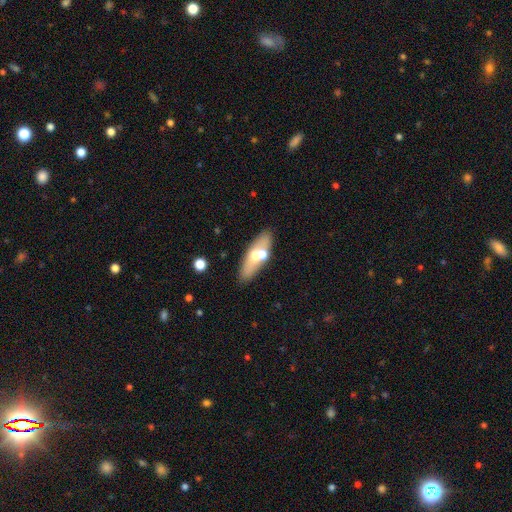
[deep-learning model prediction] Smooth or featured?
  - smooth: 55% *
  - featured or disk: 39%
  - star or artifact: 7%
How rounded?
  - in between: 60% *
  - cigar-shaped: 36%
  - round: 4%
Merging?
  - none: 68% *
  - merger: 17%
  - minor disturbance: 11%
  - major disturbance: 4%